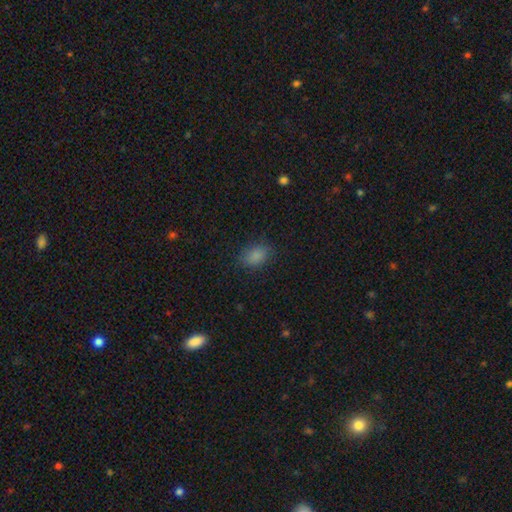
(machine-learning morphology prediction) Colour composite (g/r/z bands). It shows a smooth galaxy with no disk features (85%) that is in between round and cigar-shaped (81%). Merging: none (80%).